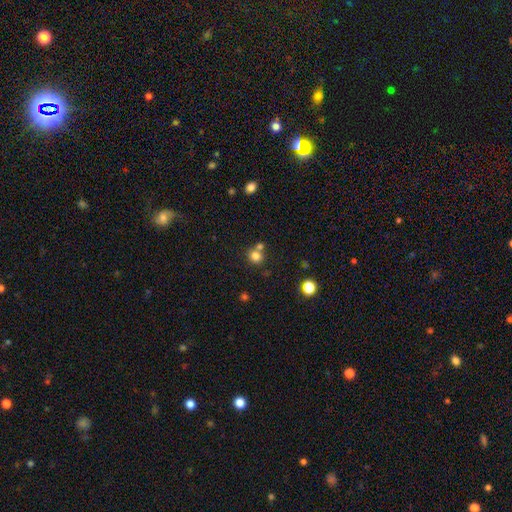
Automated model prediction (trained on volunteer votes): Smooth or featured: smooth — 79% (star or artifact — 14%)
How rounded: round — 83% (in between — 16%)
Merging: none — 59% (merger — 30%)